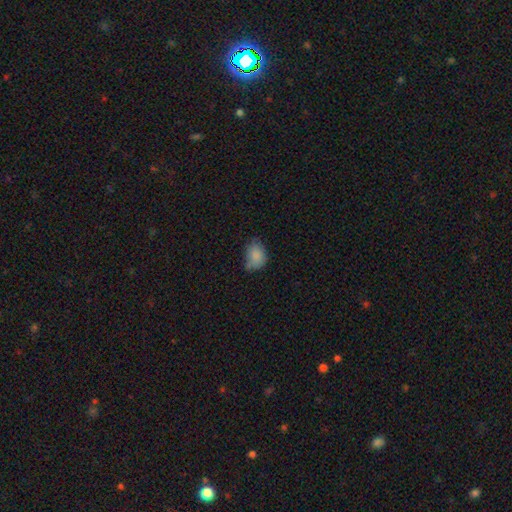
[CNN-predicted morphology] A smooth galaxy with no disk features (84%) that is in between round and cigar-shaped (71%). Merging: none (54%).